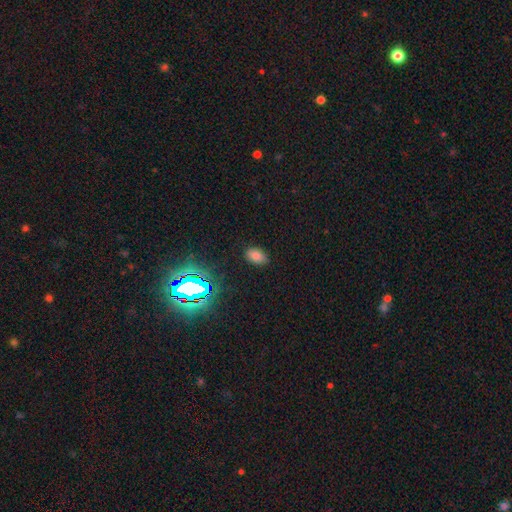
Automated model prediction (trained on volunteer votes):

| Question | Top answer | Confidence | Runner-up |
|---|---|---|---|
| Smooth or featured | smooth | 74% | star or artifact (19%) |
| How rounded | in between | 87% | round (11%) |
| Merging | none | 86% | minor disturbance (10%) |